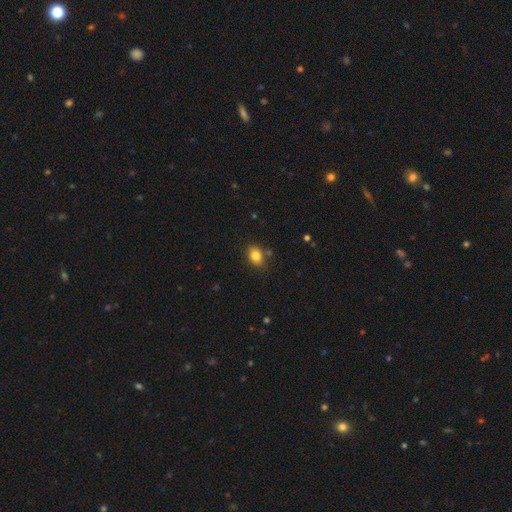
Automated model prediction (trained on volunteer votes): smooth_or_featured: smooth (p=0.83) [alt: star or artifact p=0.10]
how_rounded: in between (p=0.70) [alt: round p=0.29]
merging: none (p=0.78) [alt: minor disturbance p=0.14]